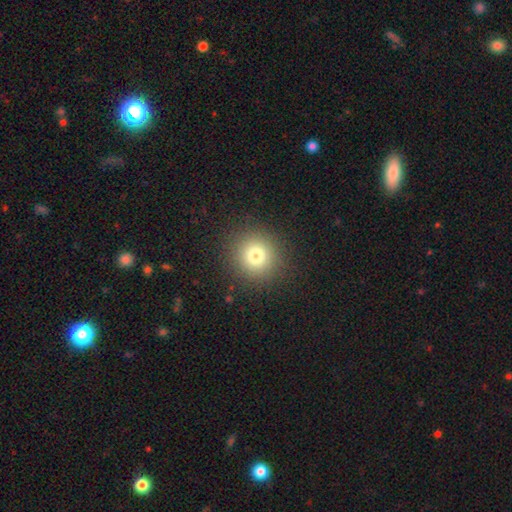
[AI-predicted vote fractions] A smooth galaxy with no disk features (77%) that is round (93%). Merging: none (90%).